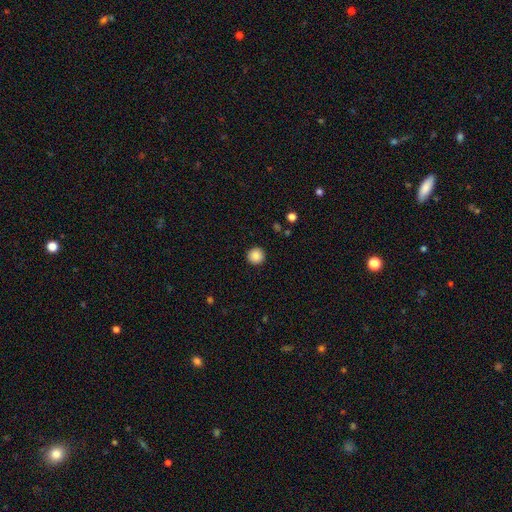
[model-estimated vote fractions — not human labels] This appears to be a smooth galaxy with no disk features (88%) that is round (95%). Merging: none (93%).